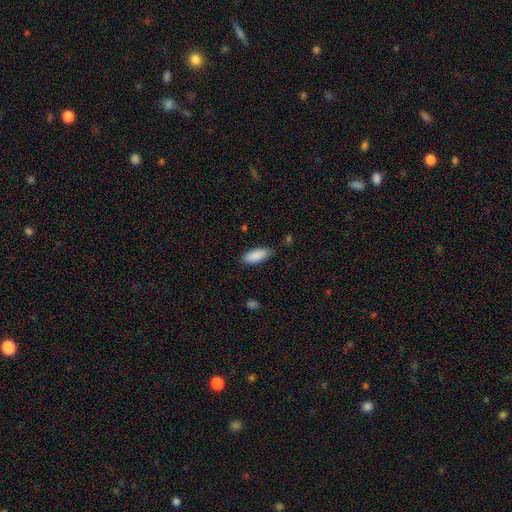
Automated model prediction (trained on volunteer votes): A smooth galaxy with no disk features (89%) that is in between round and cigar-shaped (82%).

Vote fractions:
- Smooth or featured? smooth: 89% / star or artifact: 6% / featured or disk: 5%
- How rounded? in between: 82% / cigar-shaped: 16% / round: 2%
- Merging? none: 76% / minor disturbance: 18% / major disturbance: 3% / merger: 2%